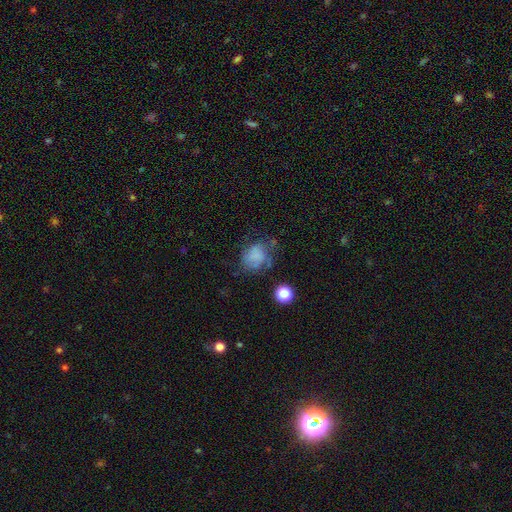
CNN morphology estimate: type=smooth (64%); roundness=round (55%); merging=none (47%).